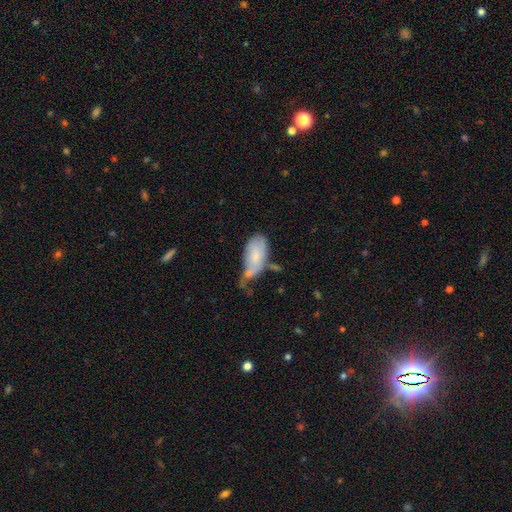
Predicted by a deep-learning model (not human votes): Morphology: type=smooth (64%); roundness=in between (93%); merging=minor disturbance (33%).